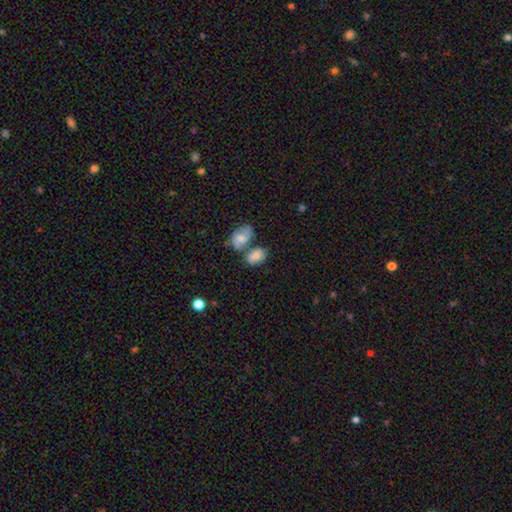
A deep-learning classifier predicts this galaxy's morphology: Smooth or featured: smooth — 76% (featured or disk — 16%)
How rounded: in between — 86% (round — 12%)
Merging: merger — 44% (none — 35%)